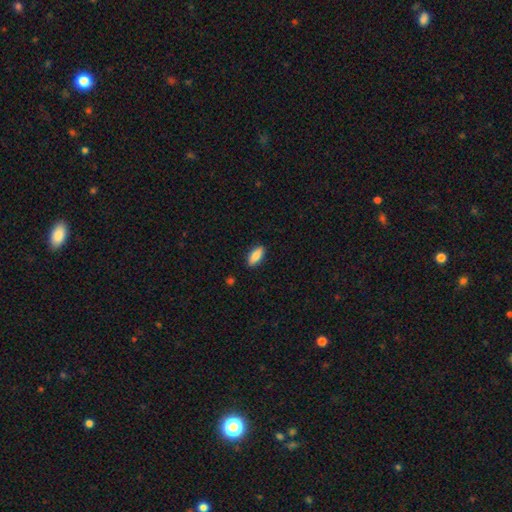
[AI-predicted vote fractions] The model was most divided on "how rounded": in between: 79%, cigar-shaped: 19%, round: 2%. More confident: merging — none (89%); smooth or featured — smooth (85%).